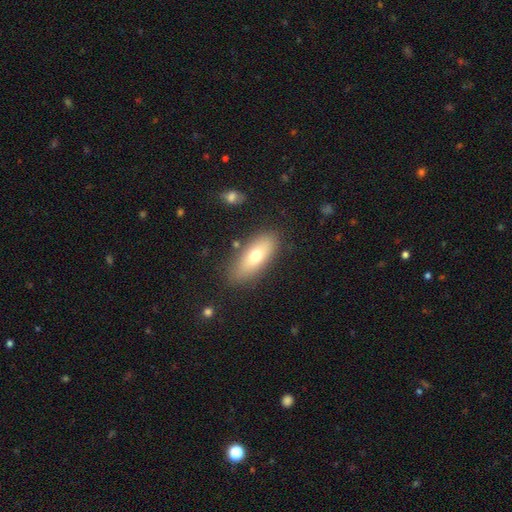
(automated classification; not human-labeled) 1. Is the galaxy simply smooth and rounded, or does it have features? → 67% smooth, 25% featured or disk, 8% star or artifact.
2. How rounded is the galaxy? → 77% in between, 19% cigar-shaped, 4% round.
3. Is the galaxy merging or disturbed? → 81% none, 12% minor disturbance, 4% major disturbance, 3% merger.